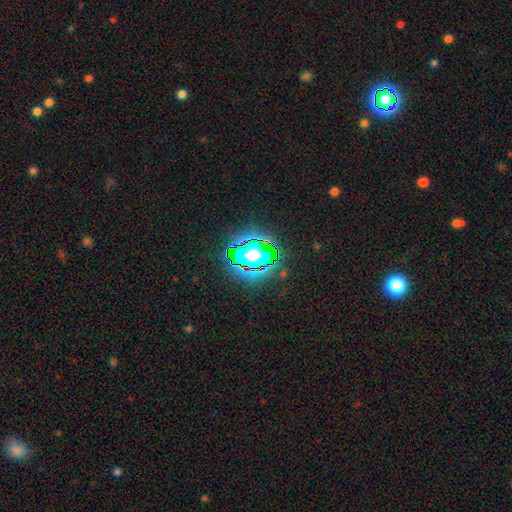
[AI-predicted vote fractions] Smooth or featured? Predicted: star or artifact (p=0.57).